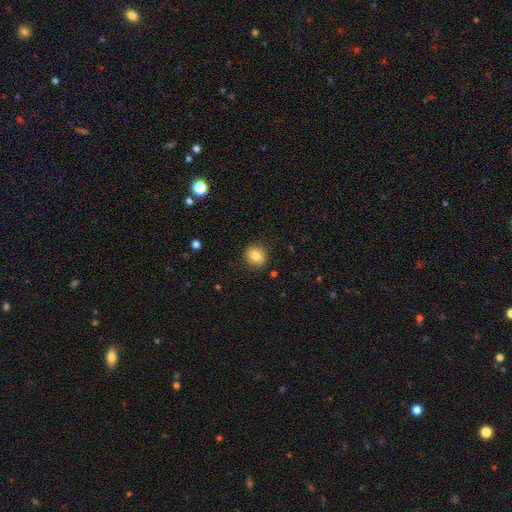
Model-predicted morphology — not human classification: This appears to be a smooth galaxy with no disk features (82%) that is round (79%). Merging: none (88%).